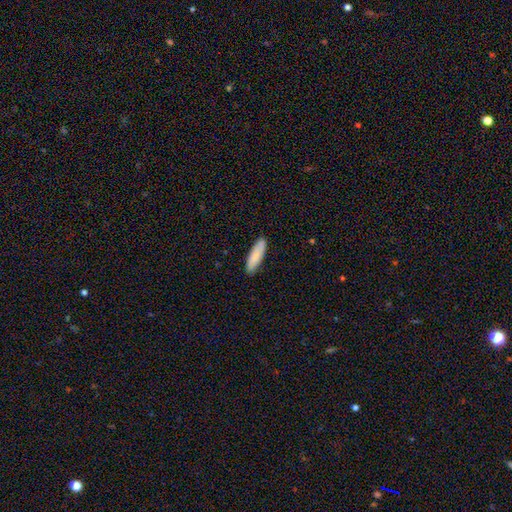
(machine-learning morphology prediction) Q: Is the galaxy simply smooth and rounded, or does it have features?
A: smooth — 85%.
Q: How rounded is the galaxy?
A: cigar-shaped — 57%.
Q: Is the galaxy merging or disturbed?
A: none — 86%.